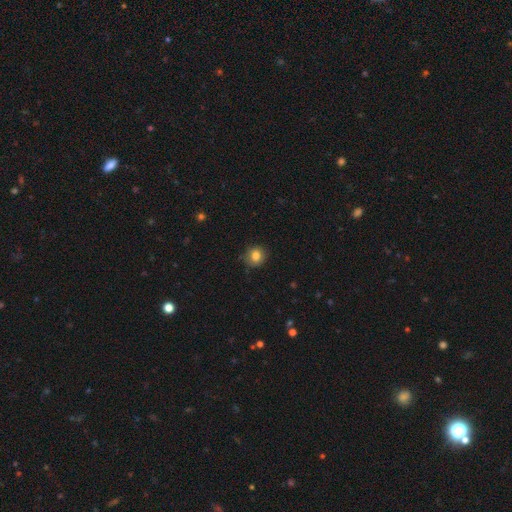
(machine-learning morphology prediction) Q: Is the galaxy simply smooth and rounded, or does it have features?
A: smooth — 83%.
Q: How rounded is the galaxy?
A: round — 83%.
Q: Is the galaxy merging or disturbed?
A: none — 79%.